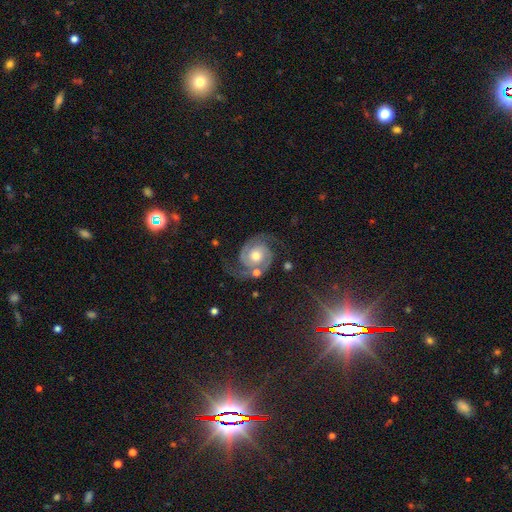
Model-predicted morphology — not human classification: Overall: featured or disk (89%). Edge-on disk: no (98%). Bar: no (73%). Spiral arms: yes (98%). Spiral arm count: 2 (94%). Spiral winding: medium (47%; tight 42%). Bulge size: moderate (71%). Merging: none (76%).